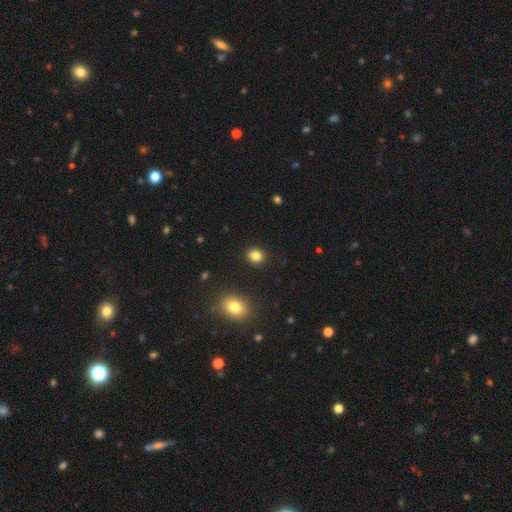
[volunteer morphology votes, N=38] This is clearly a smooth galaxy (84%). How rounded: clearly round (81%). Merging: clearly none (94%).